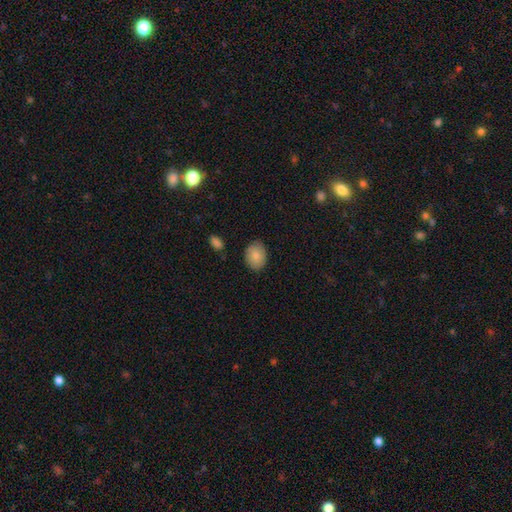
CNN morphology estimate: This is clearly a smooth galaxy (84%). How rounded: likely in between (65%). Merging: clearly none (84%).